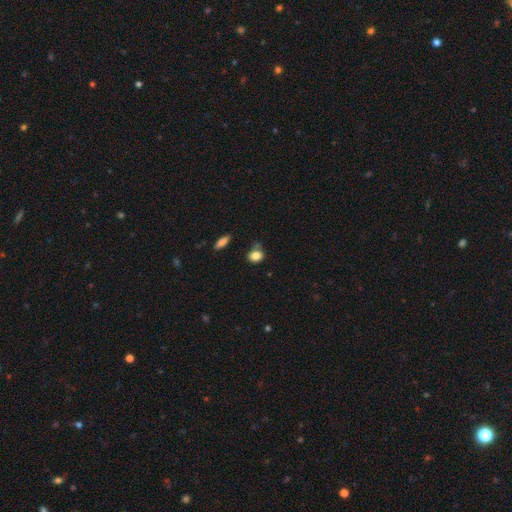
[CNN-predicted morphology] Q: Smooth or featured?
A: smooth (82%); runner-up: star or artifact (10%)
Q: How rounded?
A: in between (51%); runner-up: round (47%)
Q: Merging?
A: none (60%); runner-up: minor disturbance (26%)